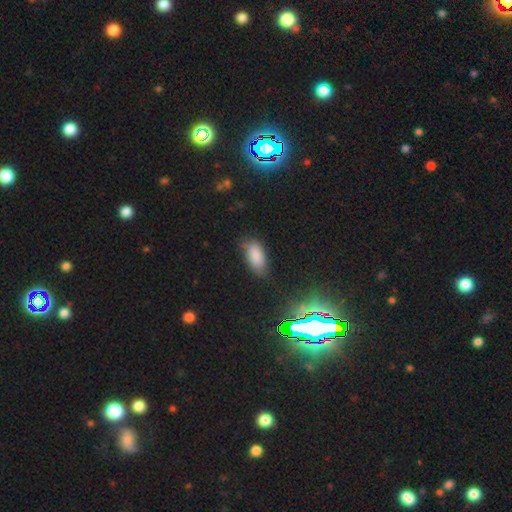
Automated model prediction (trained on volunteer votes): A smooth galaxy with no disk features (83%) that is in between round and cigar-shaped (90%).

Vote fractions:
- Smooth or featured? smooth: 83% / star or artifact: 11% / featured or disk: 7%
- How rounded? in between: 90% / cigar-shaped: 7% / round: 3%
- Merging? none: 71% / minor disturbance: 22% / major disturbance: 5% / merger: 2%